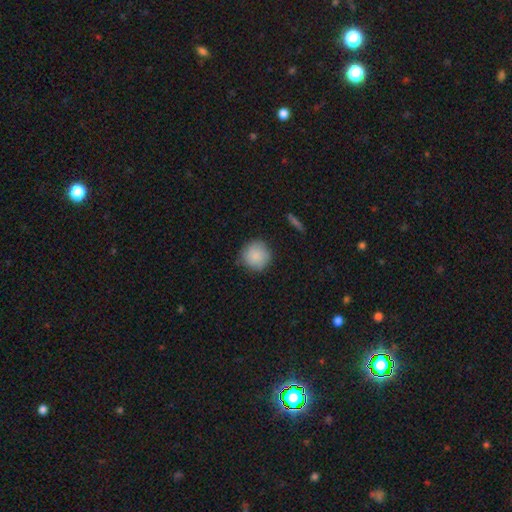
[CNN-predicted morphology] A smooth galaxy with no disk features (86%) that is round (94%).

Vote fractions:
- Smooth or featured? smooth: 86% / featured or disk: 7% / star or artifact: 7%
- How rounded? round: 94% / in between: 5% / cigar-shaped: 1%
- Merging? none: 84% / minor disturbance: 12% / major disturbance: 3% / merger: 1%